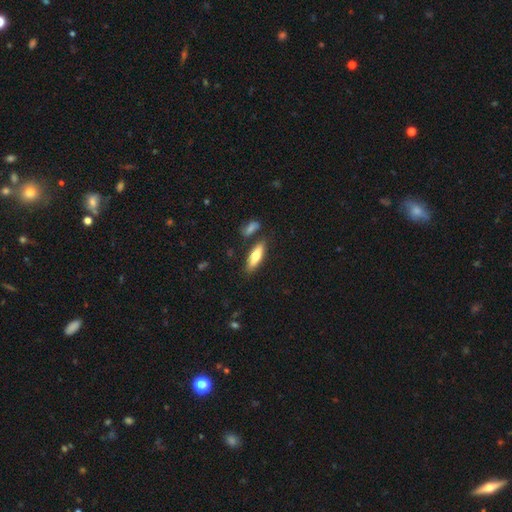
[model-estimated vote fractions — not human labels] The model was most divided on "how rounded": cigar-shaped: 54%, in between: 43%, round: 2%. More confident: merging — none (79%); smooth or featured — smooth (67%).